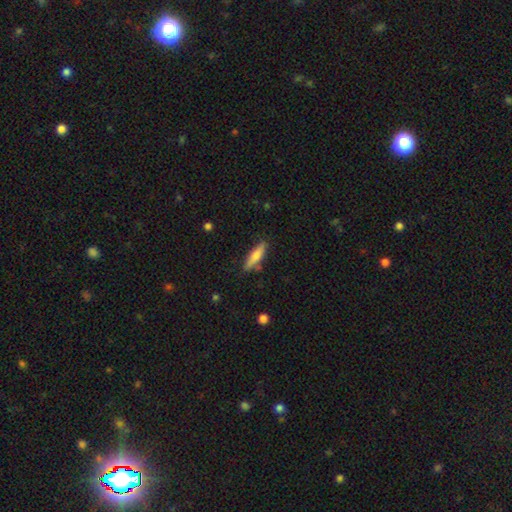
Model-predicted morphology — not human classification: Smooth or featured? smooth (71%)
How rounded? cigar-shaped (72%)
Merging? none (81%)